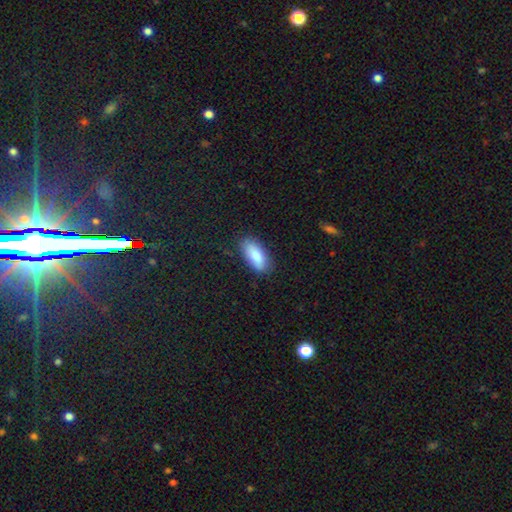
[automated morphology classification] A smooth galaxy with no disk features (86%) that is in between round and cigar-shaped (84%). Merging: none (81%).